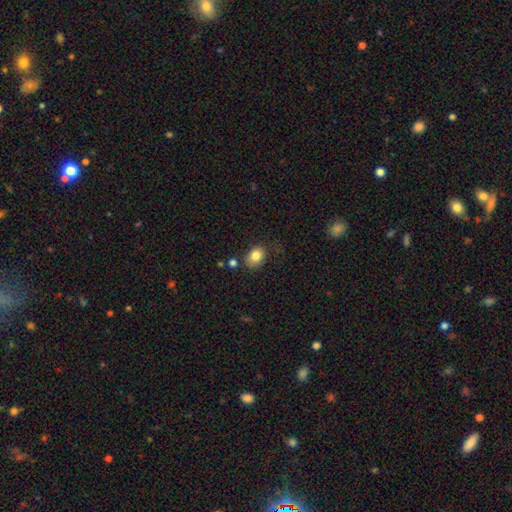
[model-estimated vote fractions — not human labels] Overall: smooth (82%). How rounded: in between (60%; round 39%). Merging: none (66%).